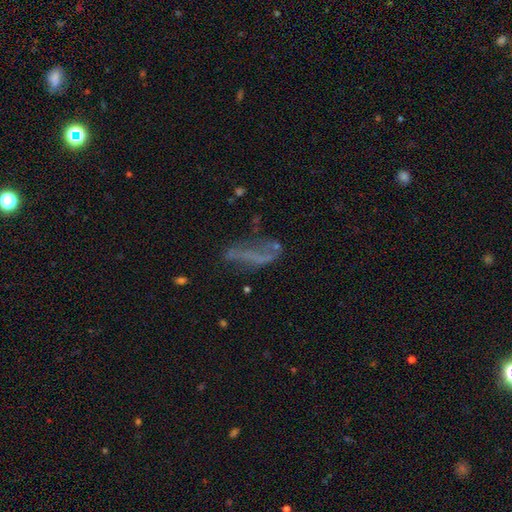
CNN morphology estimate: Overall: featured or disk (48%; smooth 33%). Merging: none (38%; major disturbance 32%).